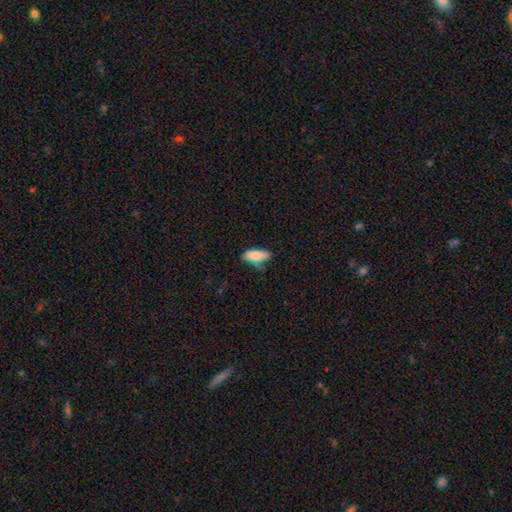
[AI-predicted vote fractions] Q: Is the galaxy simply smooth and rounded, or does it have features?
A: smooth — 84%.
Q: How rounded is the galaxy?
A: in between — 82%.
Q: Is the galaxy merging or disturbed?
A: none — 62%.